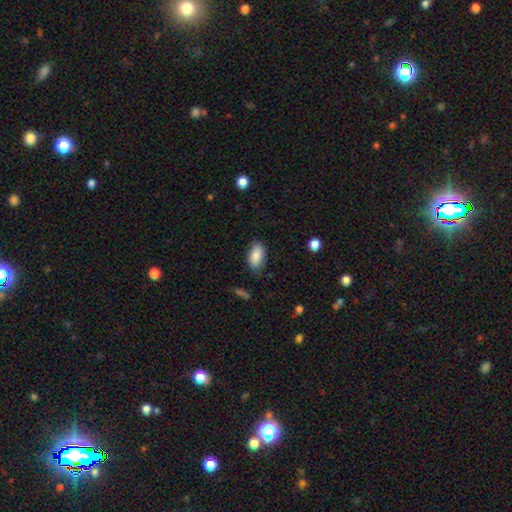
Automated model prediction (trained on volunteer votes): Q: Smooth or featured?
A: smooth (85%); runner-up: featured or disk (8%)
Q: How rounded?
A: in between (93%); runner-up: round (4%)
Q: Merging?
A: none (77%); runner-up: minor disturbance (18%)